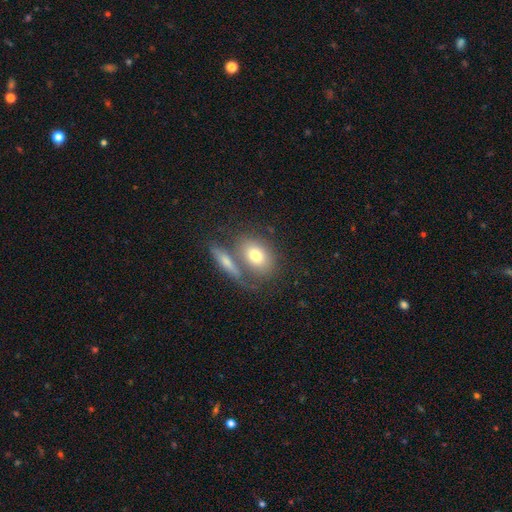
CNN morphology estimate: smooth 73%, featured or disk 19%, star or artifact 8%. Down the decision tree: how rounded — in between (63%); merging — none (51%).